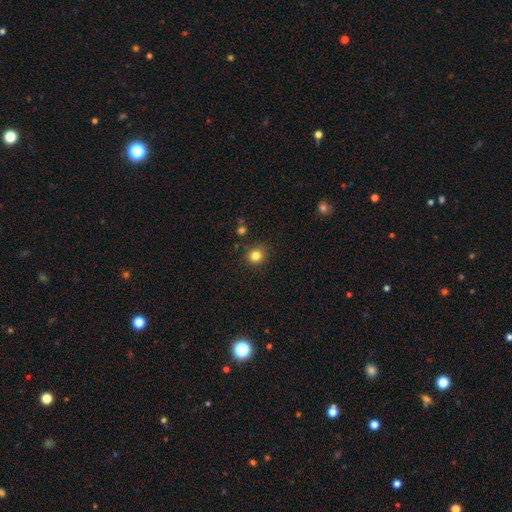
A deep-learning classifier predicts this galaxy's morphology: Smooth or featured? smooth (83%)
How rounded? round (87%)
Merging? none (86%)